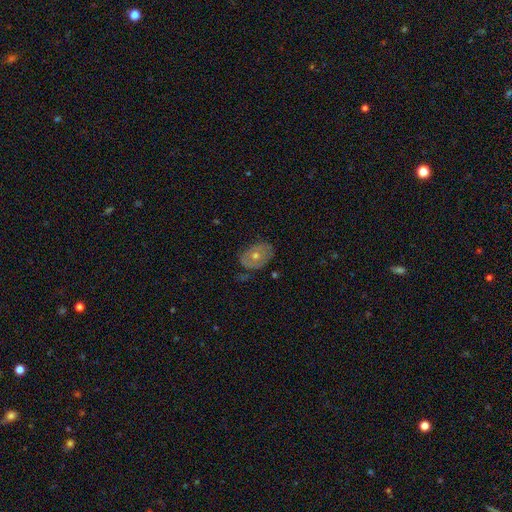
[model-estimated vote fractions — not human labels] Morphology: type=featured or disk (51%); edge-on=no (93%); merging=none (75%).